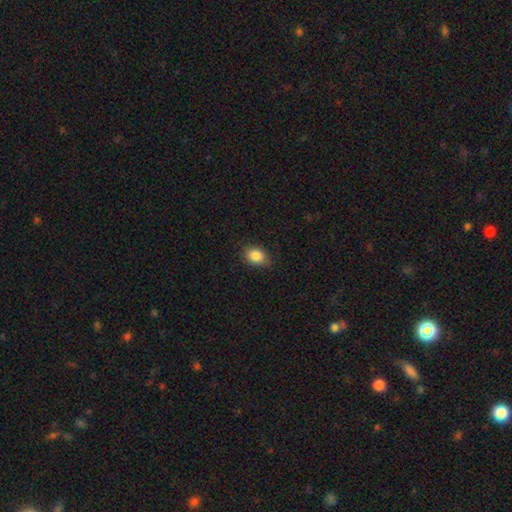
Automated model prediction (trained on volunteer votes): smooth-or-featured: smooth: 87% | star or artifact: 9% | featured or disk: 5%
  how-rounded: in between: 72% | round: 27% | cigar-shaped: 1%
  merging: none: 83% | minor disturbance: 13% | major disturbance: 3% | merger: 1%